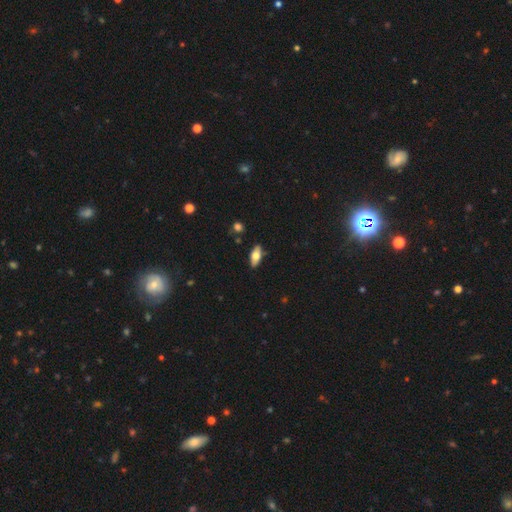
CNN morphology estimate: This appears to be a smooth galaxy with no disk features (63%) that is in between round and cigar-shaped (81%). Merging: none (83%).